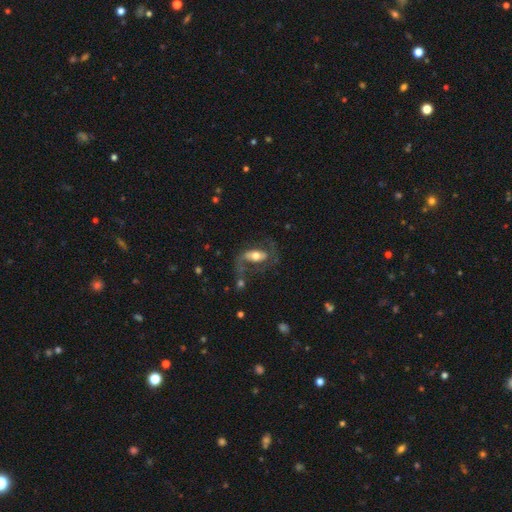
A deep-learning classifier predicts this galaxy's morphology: smooth_or_featured: featured or disk (p=0.65) [alt: smooth p=0.28]
disk_edge_on: no (p=0.92) [alt: yes p=0.08]
bar: no (p=0.41) [alt: weak p=0.32]
has_spiral_arms: yes (p=0.78) [alt: no p=0.22]
bulge_size: moderate (p=0.61) [alt: large p=0.24]
merging: none (p=0.42) [alt: major disturbance p=0.33]